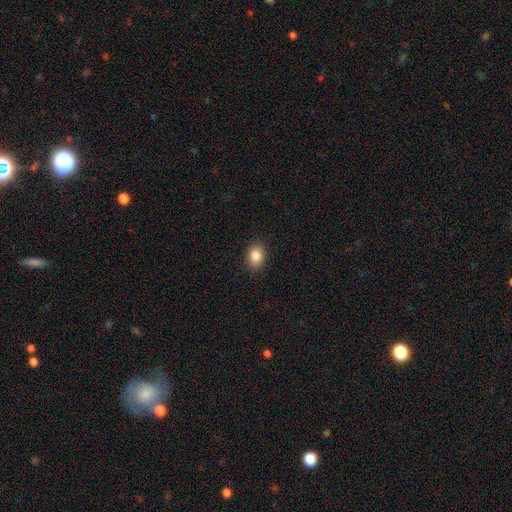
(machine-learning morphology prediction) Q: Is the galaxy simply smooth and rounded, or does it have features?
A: smooth — 86%.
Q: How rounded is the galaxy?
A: in between — 66%.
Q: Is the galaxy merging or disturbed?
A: none — 89%.